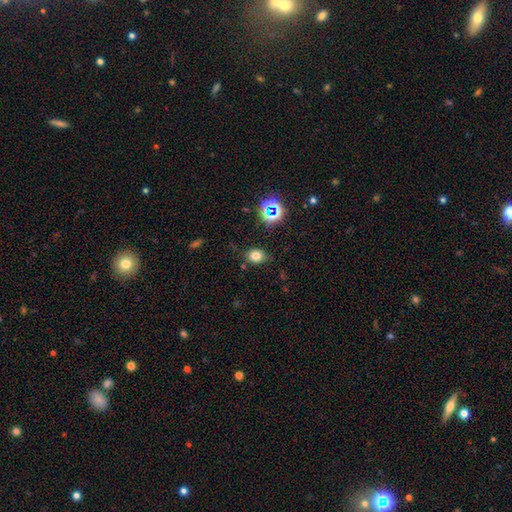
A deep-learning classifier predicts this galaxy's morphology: smooth-or-featured: smooth: 74% | star or artifact: 18% | featured or disk: 8%
  how-rounded: in between: 51% | round: 48% | cigar-shaped: 1%
  merging: none: 81% | minor disturbance: 13% | major disturbance: 4% | merger: 3%